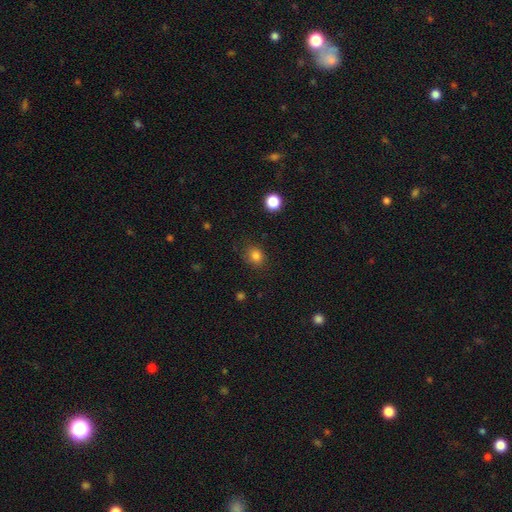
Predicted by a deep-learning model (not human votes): A smooth galaxy with no disk features (83%) that is round (65%).

Vote fractions:
- Smooth or featured? smooth: 83% / star or artifact: 12% / featured or disk: 5%
- How rounded? round: 65% / in between: 34% / cigar-shaped: 1%
- Merging? none: 82% / minor disturbance: 13% / major disturbance: 4% / merger: 1%